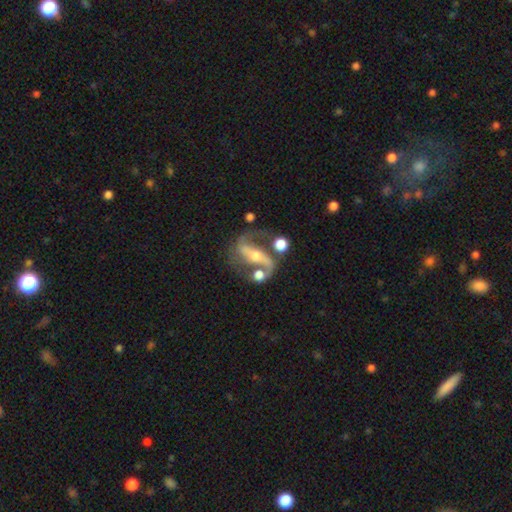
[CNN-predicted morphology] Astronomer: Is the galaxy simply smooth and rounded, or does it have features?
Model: featured or disk — 86%.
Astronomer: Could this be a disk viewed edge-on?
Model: no — 94%.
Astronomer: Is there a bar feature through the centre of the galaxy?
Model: strong — 62%.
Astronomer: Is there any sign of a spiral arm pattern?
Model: yes — 91%.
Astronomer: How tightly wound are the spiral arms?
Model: medium — 45% (runner-up: loose, 41%).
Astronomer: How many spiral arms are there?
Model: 2 — 89%.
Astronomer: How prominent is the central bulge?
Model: moderate — 51% (runner-up: small, 42%).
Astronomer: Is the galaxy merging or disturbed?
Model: none — 57%.